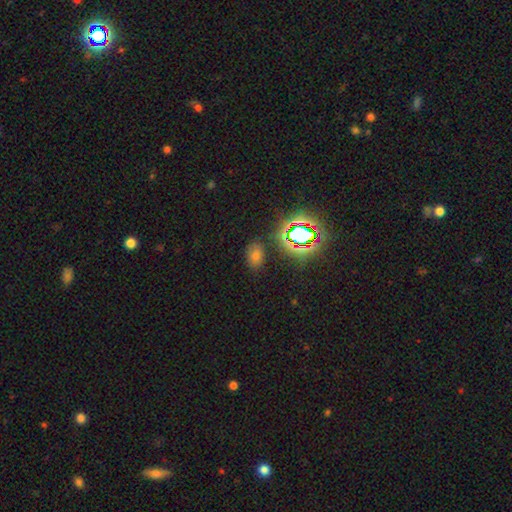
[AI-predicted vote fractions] Smooth or featured?
  - smooth: 56% *
  - star or artifact: 35%
  - featured or disk: 9%
How rounded?
  - in between: 79% *
  - round: 19%
  - cigar-shaped: 2%
Merging?
  - none: 81% *
  - minor disturbance: 12%
  - major disturbance: 4%
  - merger: 3%